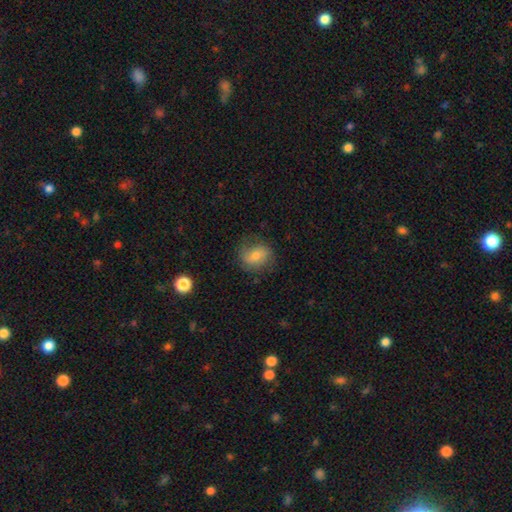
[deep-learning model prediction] The model was most divided on "smooth or featured": smooth: 49%, featured or disk: 41%, star or artifact: 10%. More confident: merging — none (72%).